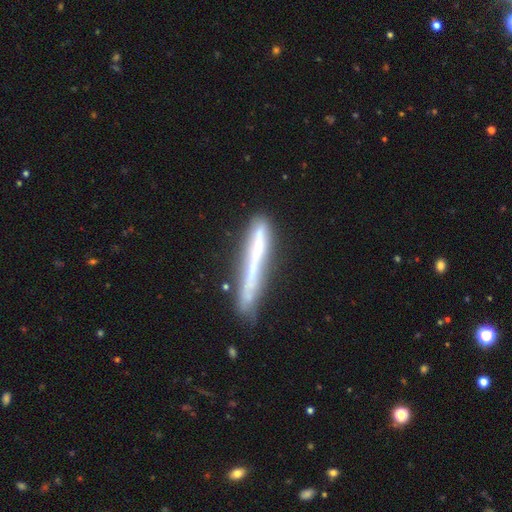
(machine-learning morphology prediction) Smooth or featured? Predicted: featured or disk (p=0.51). Edge-on disk? Predicted: yes (p=0.91). Merging? Predicted: none (p=0.73).